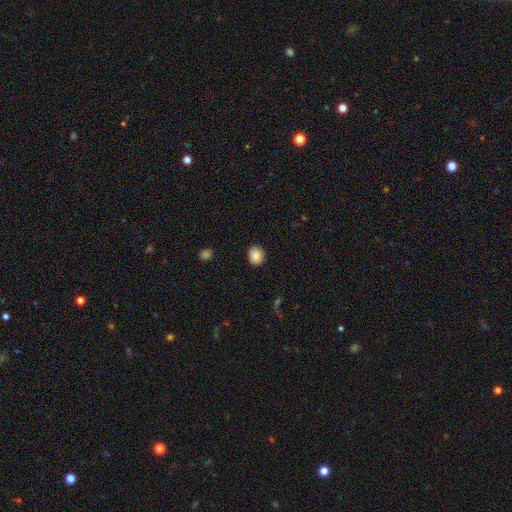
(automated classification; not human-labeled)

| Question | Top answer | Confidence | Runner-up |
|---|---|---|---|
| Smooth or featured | smooth | 88% | star or artifact (8%) |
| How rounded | round | 69% | in between (30%) |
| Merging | none | 88% | minor disturbance (9%) |